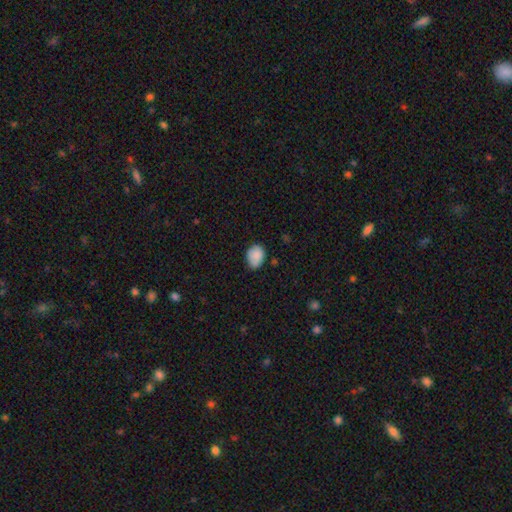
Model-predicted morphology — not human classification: smooth 86%, star or artifact 8%, featured or disk 6%. Down the decision tree: how rounded — in between (63%); merging — none (68%).